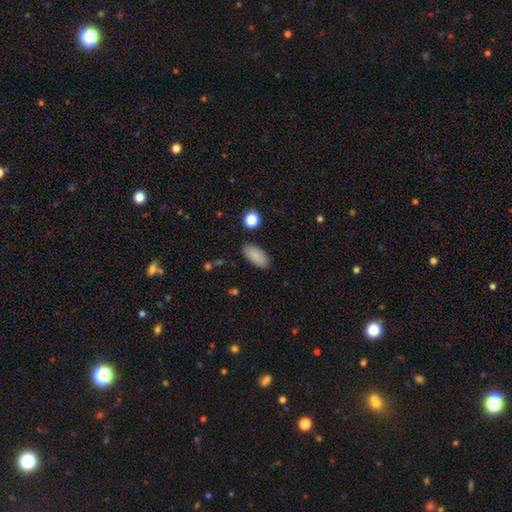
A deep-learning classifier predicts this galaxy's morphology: Smooth or featured? Predicted: smooth (p=0.88). How rounded? Predicted: in between (p=0.90). Merging? Predicted: none (p=0.87).